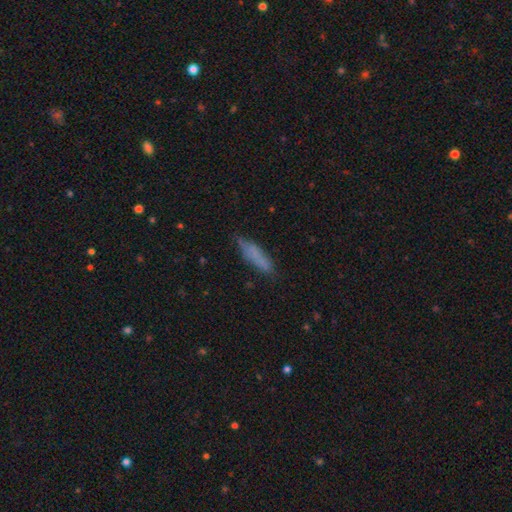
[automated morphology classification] The model was most divided on "how rounded": cigar-shaped: 72%, in between: 26%, round: 2%. More confident: smooth or featured — smooth (74%); merging — none (69%).